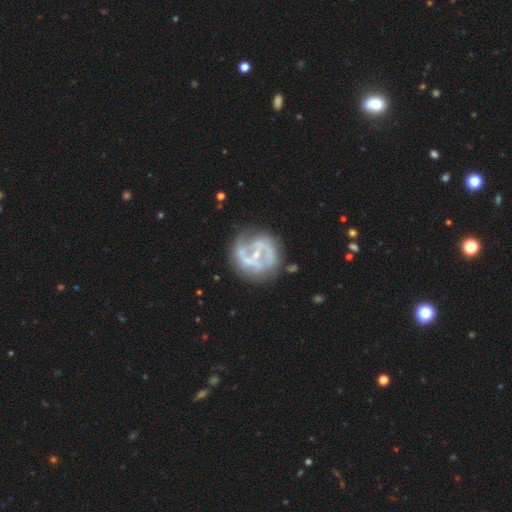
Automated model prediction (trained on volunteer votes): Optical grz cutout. It shows a featured or disk galaxy (78%) with no bar (44%), 2 (56%) medium (42%) spiral arms (67%) and a small central bulge (66%). Merging: none (62%).